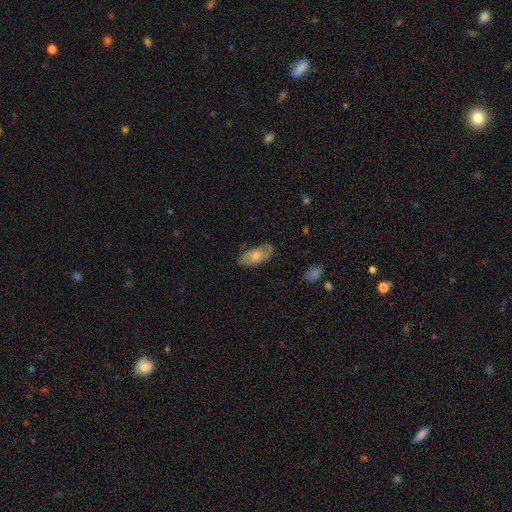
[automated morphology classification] The model was most divided on "smooth or featured": featured or disk: 58%, smooth: 34%, star or artifact: 8%. More confident: edge-on disk — no (89%); merging — none (78%); spiral arms — yes (73%); bar — no (71%); bulge size — moderate (57%).